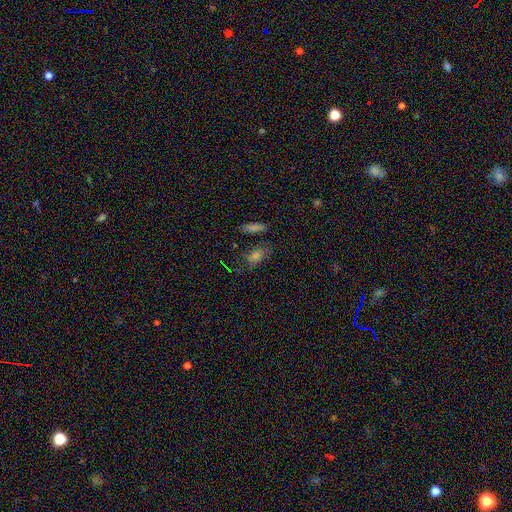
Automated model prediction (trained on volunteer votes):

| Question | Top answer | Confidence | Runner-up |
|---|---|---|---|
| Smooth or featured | smooth | 57% | star or artifact (25%) |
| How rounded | in between | 79% | round (11%) |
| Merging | none | 66% | minor disturbance (18%) |